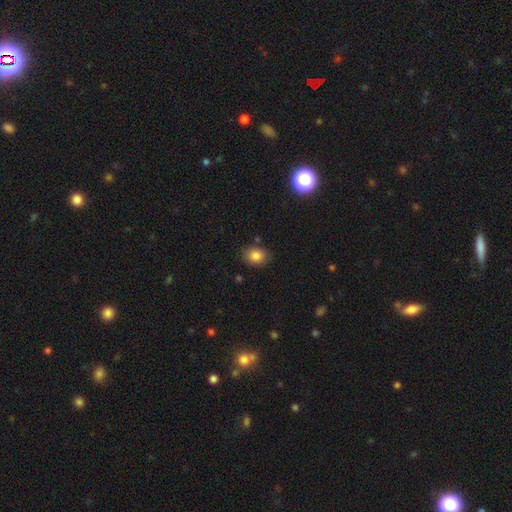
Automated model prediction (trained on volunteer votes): smooth 84%, star or artifact 10%, featured or disk 6%. Down the decision tree: how rounded — in between (56%); merging — none (80%).